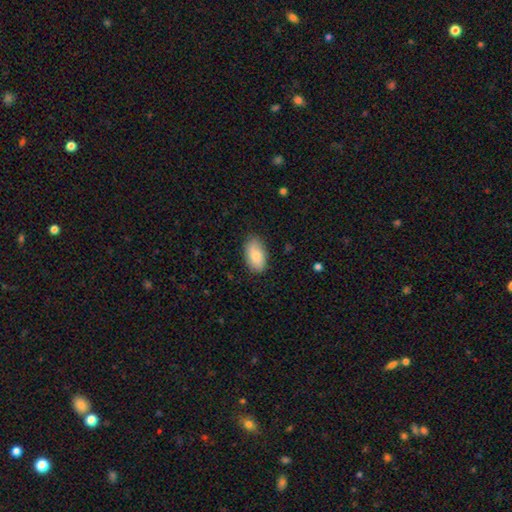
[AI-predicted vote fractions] This is clearly a smooth galaxy (84%). How rounded: clearly in between (94%). Merging: clearly none (82%).